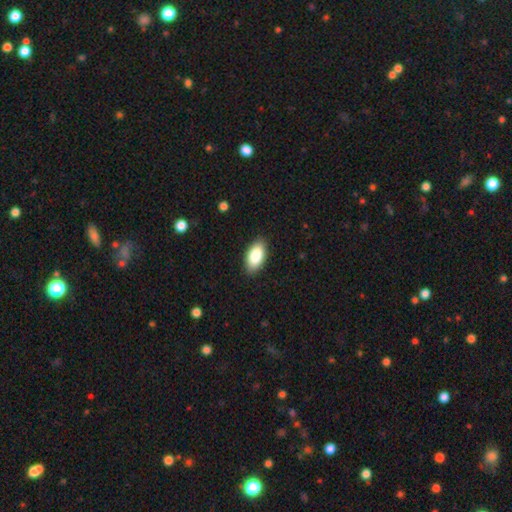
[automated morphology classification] Smooth or featured? Predicted: smooth (p=0.85). How rounded? Predicted: in between (p=0.94). Merging? Predicted: none (p=0.88).